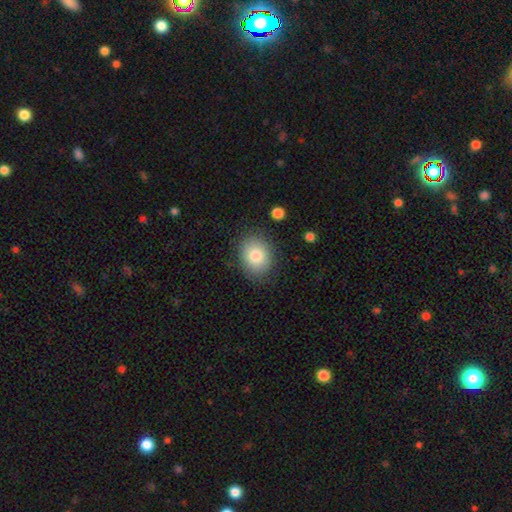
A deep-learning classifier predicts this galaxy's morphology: type=smooth (82%); roundness=round (51%); merging=none (82%).